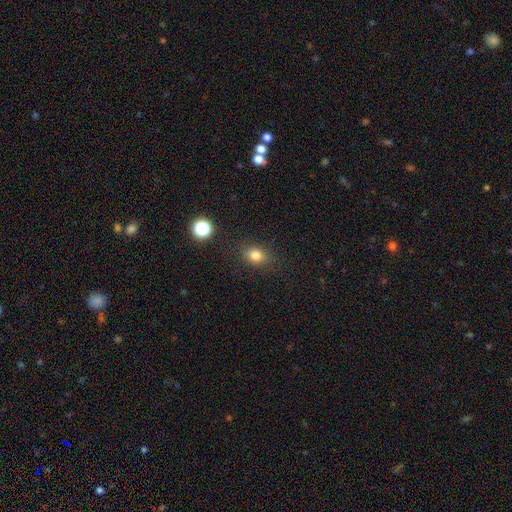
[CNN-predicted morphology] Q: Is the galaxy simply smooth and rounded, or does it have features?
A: smooth — 79%.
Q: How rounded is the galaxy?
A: in between — 60%.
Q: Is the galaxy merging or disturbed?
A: none — 84%.